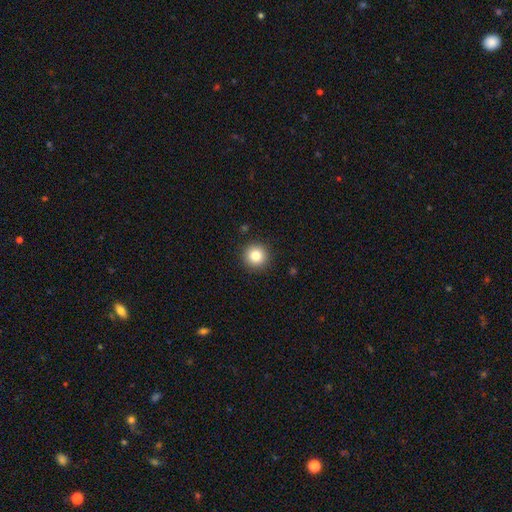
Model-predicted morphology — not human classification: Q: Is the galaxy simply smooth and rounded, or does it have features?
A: smooth — 83%.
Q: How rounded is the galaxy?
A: round — 95%.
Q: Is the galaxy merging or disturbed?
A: none — 91%.